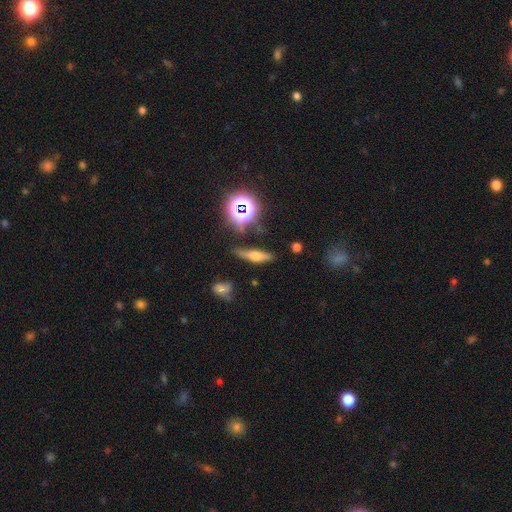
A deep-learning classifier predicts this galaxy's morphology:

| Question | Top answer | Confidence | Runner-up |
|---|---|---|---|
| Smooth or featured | featured or disk | 42% | smooth (41%) |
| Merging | none | 74% | minor disturbance (17%) |